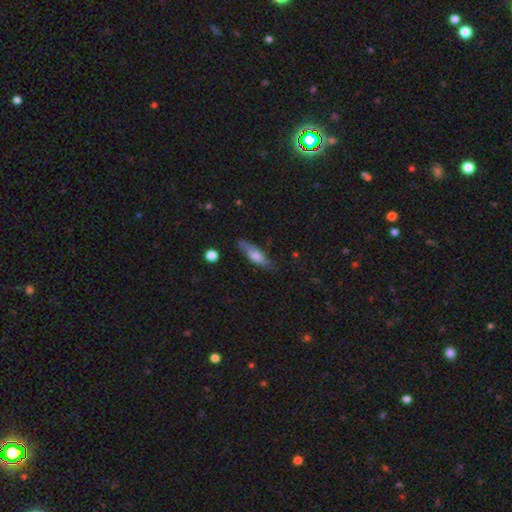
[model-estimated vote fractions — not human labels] Overall: smooth (64%; featured or disk 29%). How rounded: cigar-shaped (59%; in between 39%). Merging: none (74%).